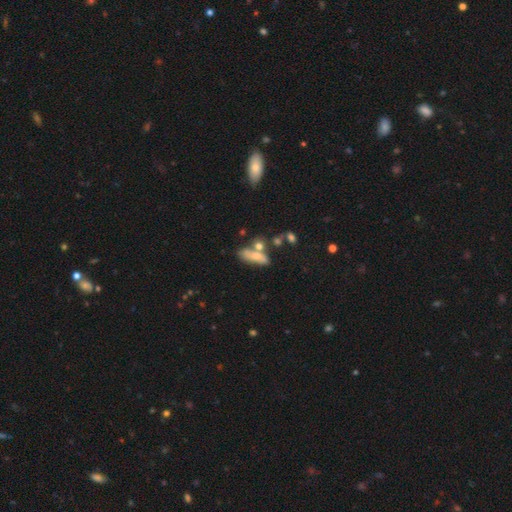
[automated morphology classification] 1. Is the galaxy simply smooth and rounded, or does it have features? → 64% smooth, 26% featured or disk, 10% star or artifact.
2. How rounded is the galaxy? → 62% in between, 32% cigar-shaped, 6% round.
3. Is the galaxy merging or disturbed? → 40% none, 30% merger, 19% minor disturbance, 10% major disturbance.